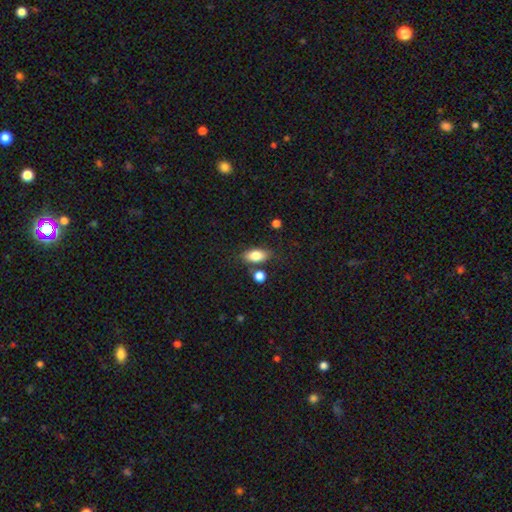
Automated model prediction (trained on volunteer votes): Smooth or featured: smooth — 82% (featured or disk — 10%)
How rounded: in between — 87% (round — 7%)
Merging: none — 75% (minor disturbance — 13%)